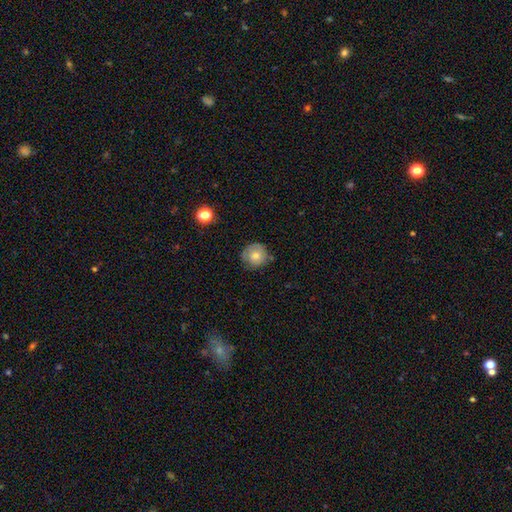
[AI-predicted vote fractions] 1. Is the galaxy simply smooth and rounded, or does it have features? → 70% smooth, 21% featured or disk, 9% star or artifact.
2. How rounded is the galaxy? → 91% round, 8% in between, 1% cigar-shaped.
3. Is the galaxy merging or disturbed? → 73% none, 20% minor disturbance, 4% major disturbance, 3% merger.